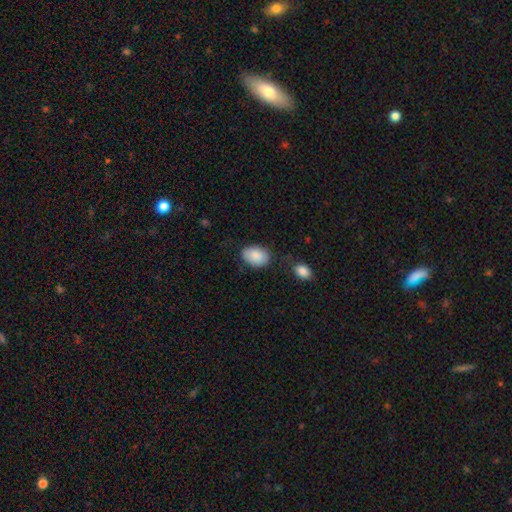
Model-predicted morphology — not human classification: Smooth or featured: smooth — 88% (star or artifact — 6%)
How rounded: in between — 83% (round — 16%)
Merging: none — 73% (minor disturbance — 19%)